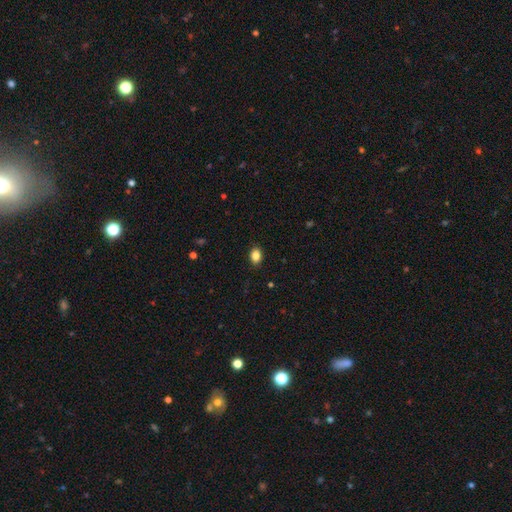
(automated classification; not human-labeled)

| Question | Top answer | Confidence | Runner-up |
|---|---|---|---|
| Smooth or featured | smooth | 86% | star or artifact (9%) |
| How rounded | in between | 74% | round (25%) |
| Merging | none | 89% | minor disturbance (8%) |